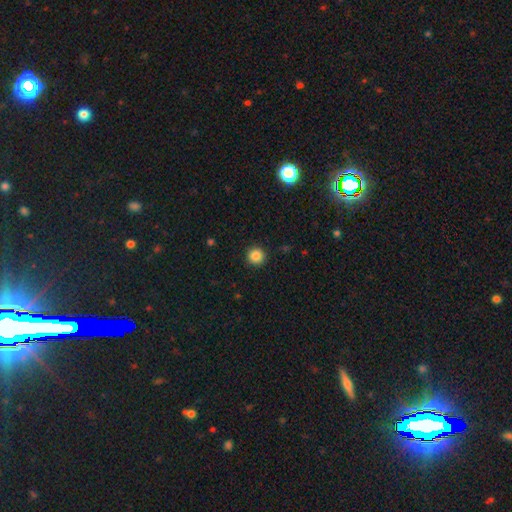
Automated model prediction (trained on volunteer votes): Smooth or featured? smooth (86%)
How rounded? round (95%)
Merging? none (92%)